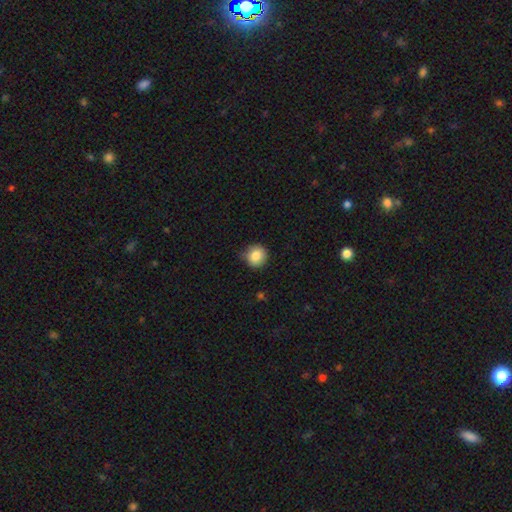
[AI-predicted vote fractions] Smooth or featured?
  - smooth: 85% *
  - star or artifact: 9%
  - featured or disk: 5%
How rounded?
  - round: 89% *
  - in between: 10%
  - cigar-shaped: 1%
Merging?
  - none: 76% *
  - minor disturbance: 20%
  - major disturbance: 3%
  - merger: 1%